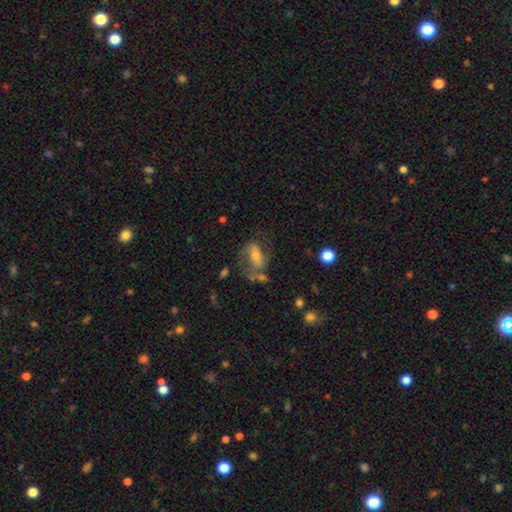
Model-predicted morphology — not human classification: Smooth or featured? featured or disk (49%)
Merging? none (46%)